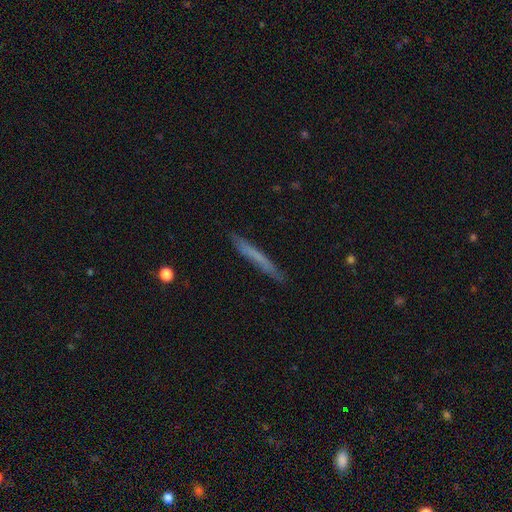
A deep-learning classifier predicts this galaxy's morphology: Q: Smooth or featured?
A: smooth (59%); runner-up: featured or disk (34%)
Q: How rounded?
A: cigar-shaped (96%); runner-up: in between (2%)
Q: Merging?
A: none (86%); runner-up: minor disturbance (11%)